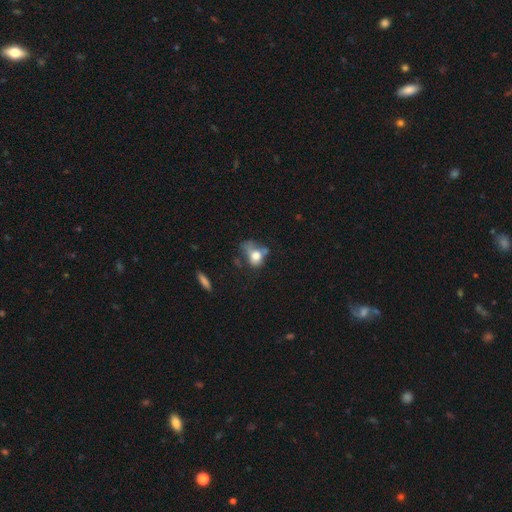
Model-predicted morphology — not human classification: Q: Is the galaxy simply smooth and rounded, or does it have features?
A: smooth — 67%.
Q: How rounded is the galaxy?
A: in between — 63%.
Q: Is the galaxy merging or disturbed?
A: major disturbance — 32%.